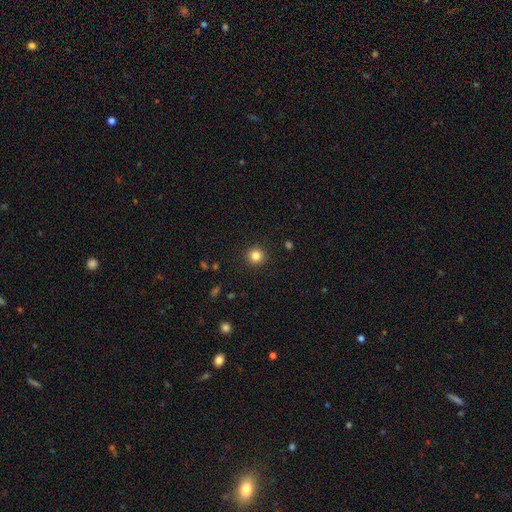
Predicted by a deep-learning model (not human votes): This appears to be a smooth galaxy with no disk features (83%) that is round (95%). Merging: none (92%).